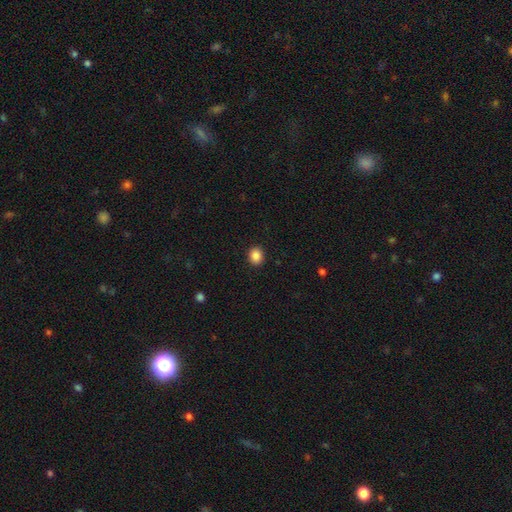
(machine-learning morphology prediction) Q: Smooth or featured?
A: smooth (88%); runner-up: star or artifact (9%)
Q: How rounded?
A: round (62%); runner-up: in between (37%)
Q: Merging?
A: none (91%); runner-up: minor disturbance (6%)